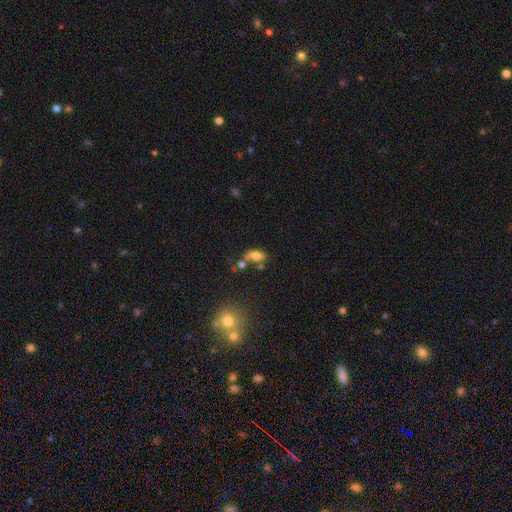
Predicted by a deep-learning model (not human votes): Q: Smooth or featured?
A: smooth (71%); runner-up: featured or disk (16%)
Q: How rounded?
A: in between (86%); runner-up: round (10%)
Q: Merging?
A: none (39%); runner-up: merger (33%)